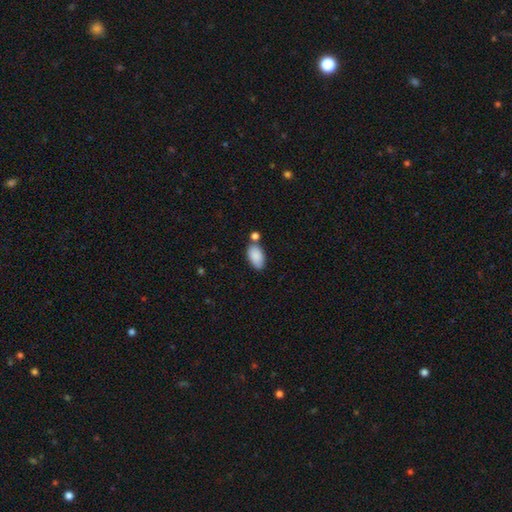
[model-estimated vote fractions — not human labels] smooth_or_featured: smooth (p=0.88) [alt: star or artifact p=0.07]
how_rounded: in between (p=0.94) [alt: round p=0.04]
merging: none (p=0.61) [alt: merger p=0.18]